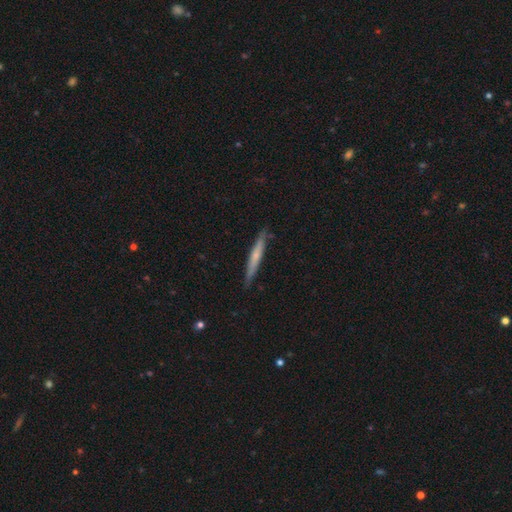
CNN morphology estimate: A smooth galaxy with no disk features (52%) that is cigar-shaped (96%). Merging: none (86%).